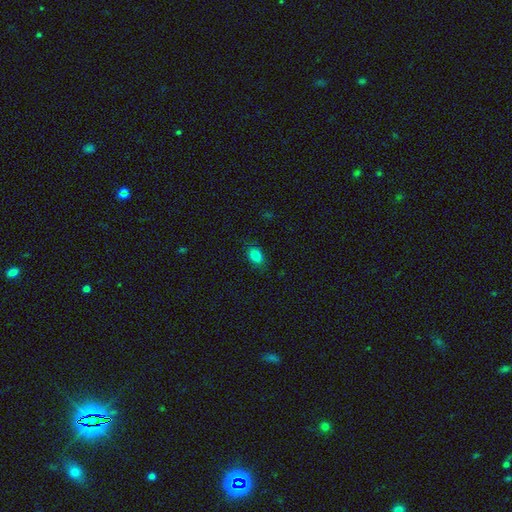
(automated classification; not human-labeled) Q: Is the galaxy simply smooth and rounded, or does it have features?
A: smooth — 84%.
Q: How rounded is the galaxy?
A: in between — 77%.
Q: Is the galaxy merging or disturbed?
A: none — 85%.